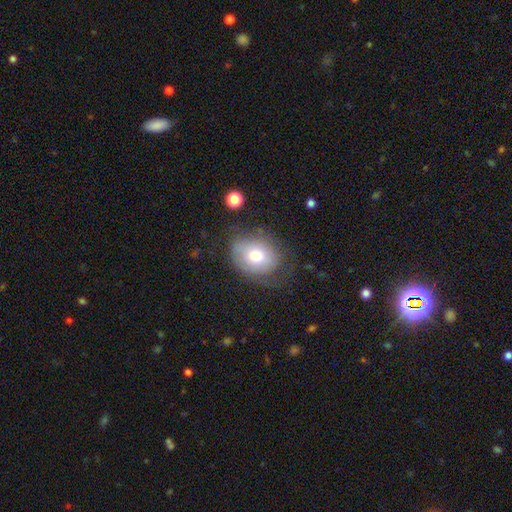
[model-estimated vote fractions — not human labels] The model was most divided on "how rounded": in between: 52%, round: 47%, cigar-shaped: 1%. More confident: smooth or featured — smooth (69%); merging — none (61%).